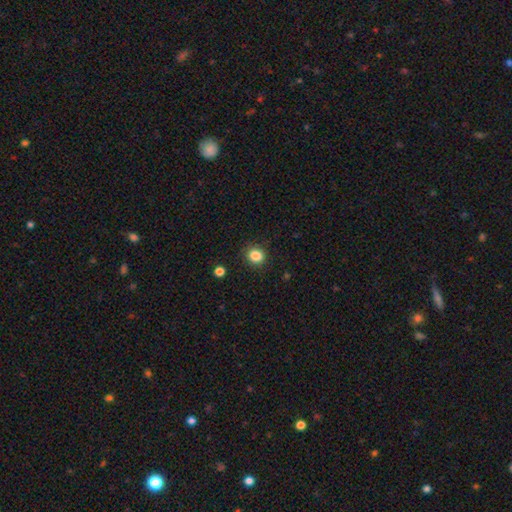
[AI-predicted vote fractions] Morphology: type=smooth (85%); roundness=round (78%); merging=none (89%).